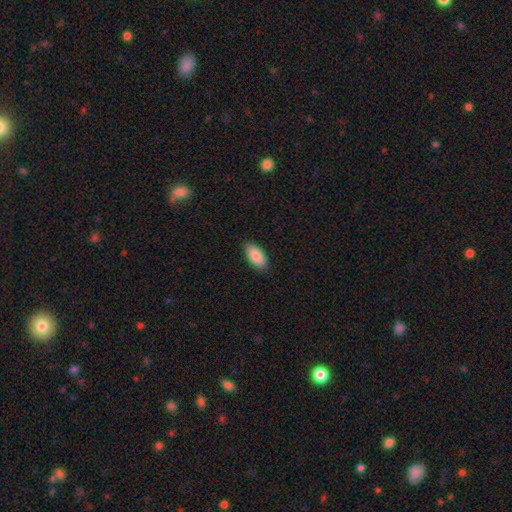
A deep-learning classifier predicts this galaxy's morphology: Overall: smooth (86%). How rounded: in between (93%). Merging: none (87%).